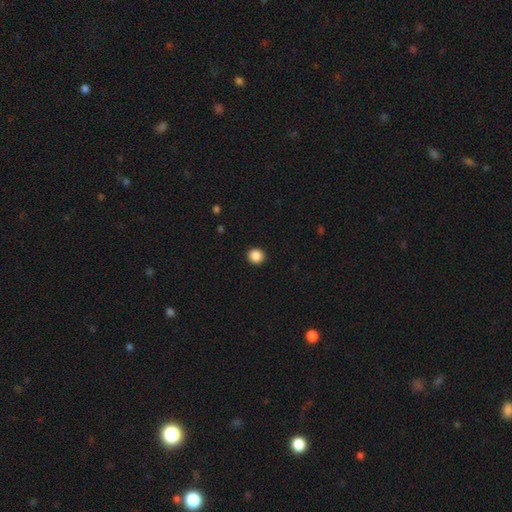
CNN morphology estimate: smooth-or-featured: smooth: 88% | star or artifact: 9% | featured or disk: 3%
  how-rounded: round: 91% | in between: 9% | cigar-shaped: 1%
  merging: none: 93% | minor disturbance: 5% | major disturbance: 2% | merger: 1%